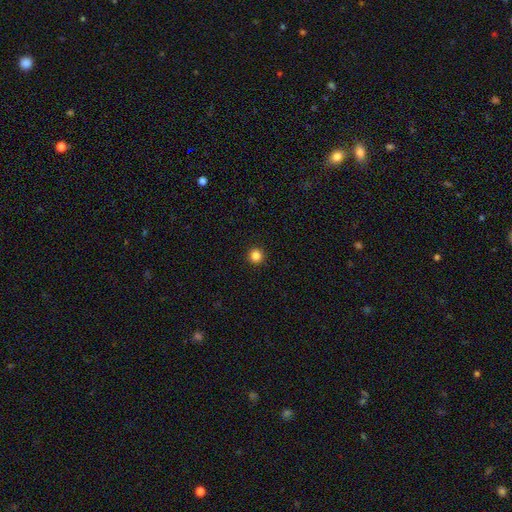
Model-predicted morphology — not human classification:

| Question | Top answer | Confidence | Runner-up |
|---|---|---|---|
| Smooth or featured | smooth | 85% | star or artifact (12%) |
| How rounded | round | 96% | in between (3%) |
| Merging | none | 93% | minor disturbance (4%) |